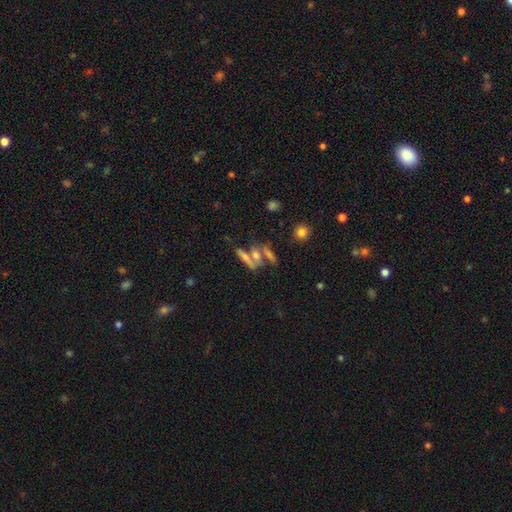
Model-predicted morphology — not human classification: Q: Smooth or featured?
A: featured or disk (42%); runner-up: smooth (41%)
Q: Merging?
A: none (42%); runner-up: merger (41%)